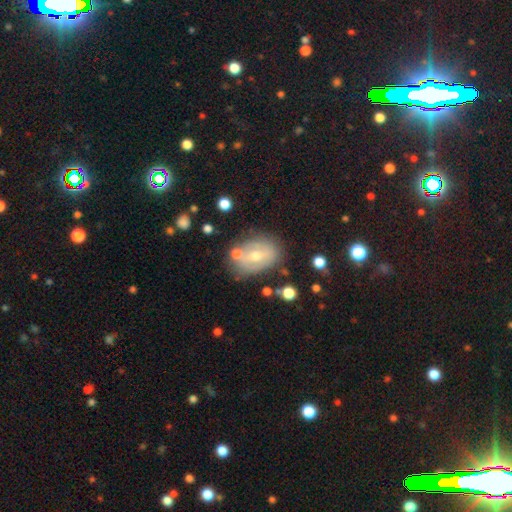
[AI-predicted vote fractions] smooth_or_featured: featured or disk (p=0.51) [alt: smooth p=0.40]
disk_edge_on: no (p=0.92) [alt: yes p=0.08]
merging: none (p=0.67) [alt: minor disturbance p=0.18]